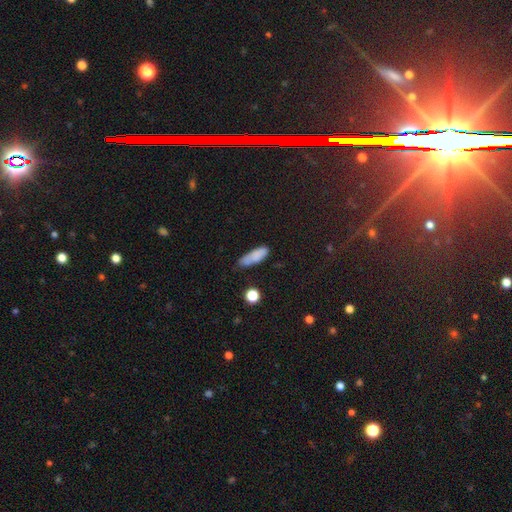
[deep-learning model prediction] Morphology: type=smooth (82%); roundness=in between (56%); merging=none (59%).